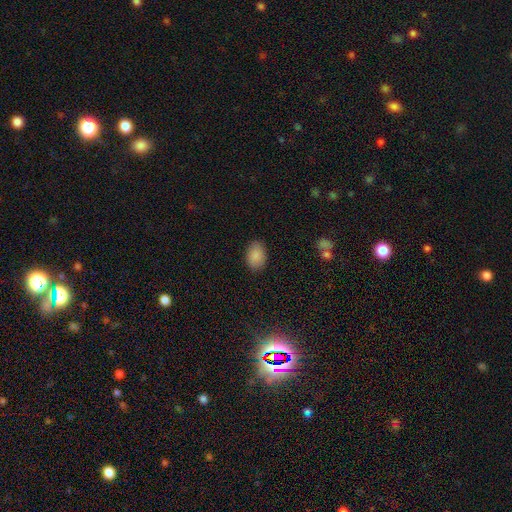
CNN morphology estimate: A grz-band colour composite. It shows a smooth galaxy with no disk features (88%) that is in between round and cigar-shaped (86%). Merging: none (87%).